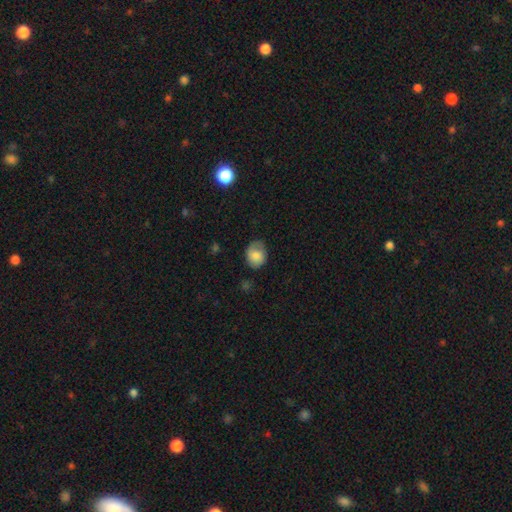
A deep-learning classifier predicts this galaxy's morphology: Smooth or featured?
  - smooth: 75% *
  - featured or disk: 17%
  - star or artifact: 8%
How rounded?
  - in between: 55% *
  - round: 44%
  - cigar-shaped: 1%
Merging?
  - none: 60% *
  - minor disturbance: 29%
  - major disturbance: 9%
  - merger: 1%